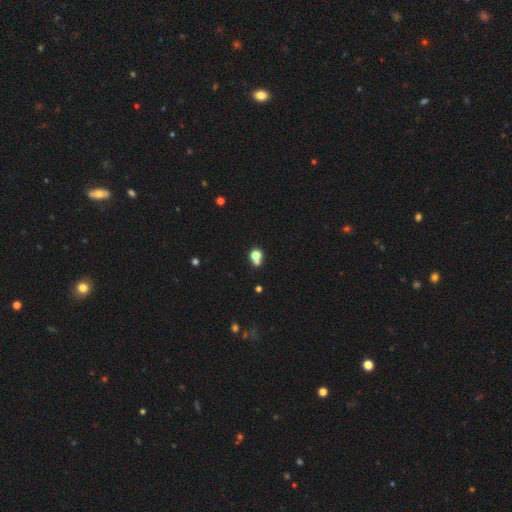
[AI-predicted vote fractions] Q: Smooth or featured?
A: smooth (74%); runner-up: featured or disk (13%)
Q: How rounded?
A: round (72%); runner-up: in between (27%)
Q: Merging?
A: merger (46%); runner-up: none (38%)